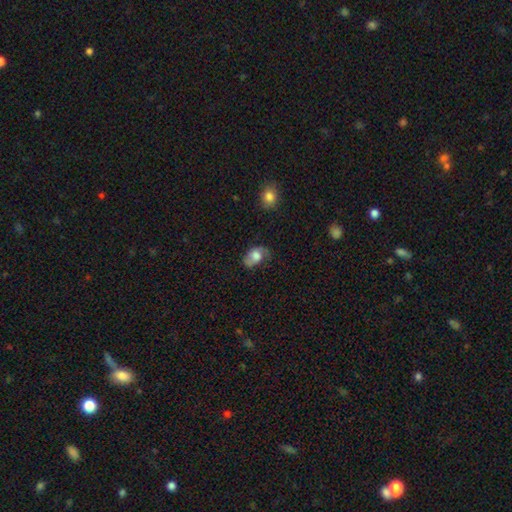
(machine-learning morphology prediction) Overall: smooth (53%; featured or disk 39%). How rounded: in between (82%). Merging: none (51%; minor disturbance 29%).